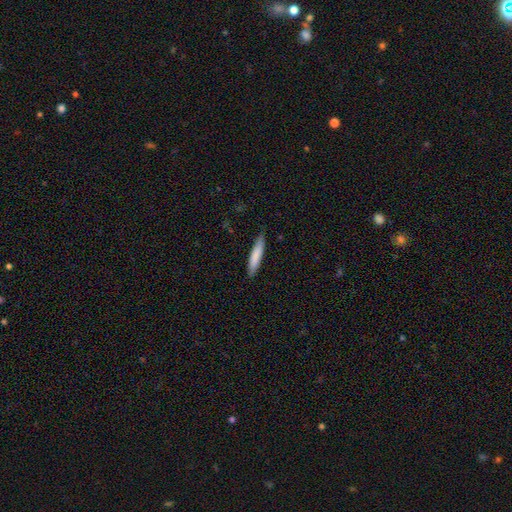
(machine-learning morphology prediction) A smooth galaxy with no disk features (80%) that is cigar-shaped (88%). Merging: none (84%).